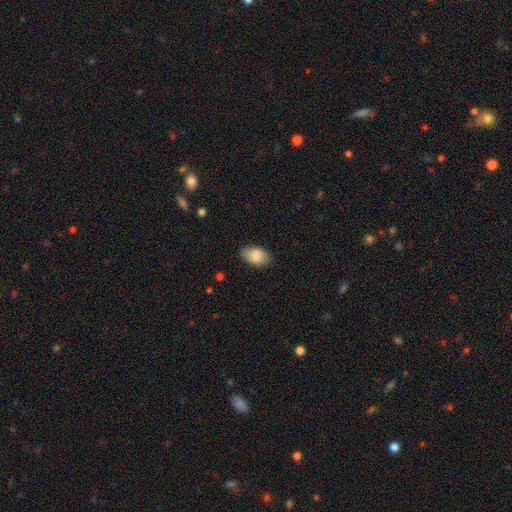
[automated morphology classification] Smooth or featured? smooth (85%)
How rounded? in between (89%)
Merging? none (83%)